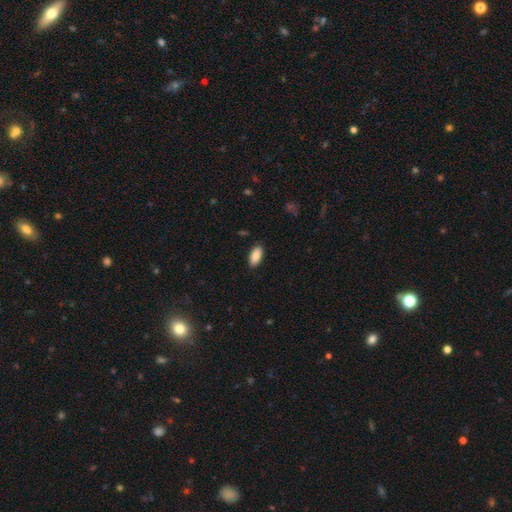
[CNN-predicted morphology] A smooth galaxy with no disk features (88%) that is in between round and cigar-shaped (91%).

Vote fractions:
- Smooth or featured? smooth: 88% / star or artifact: 6% / featured or disk: 6%
- How rounded? in between: 91% / cigar-shaped: 7% / round: 2%
- Merging? none: 87% / minor disturbance: 10% / major disturbance: 2% / merger: 1%